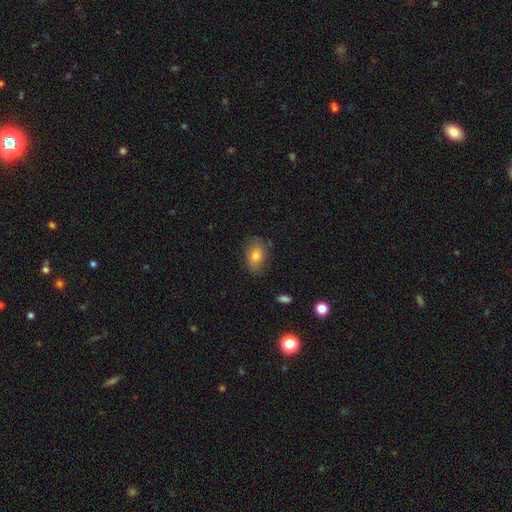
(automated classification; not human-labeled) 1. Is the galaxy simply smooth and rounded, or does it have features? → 78% smooth, 13% featured or disk, 9% star or artifact.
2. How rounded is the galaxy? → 82% in between, 17% round, 2% cigar-shaped.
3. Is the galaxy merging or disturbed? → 75% none, 18% minor disturbance, 5% major disturbance, 2% merger.